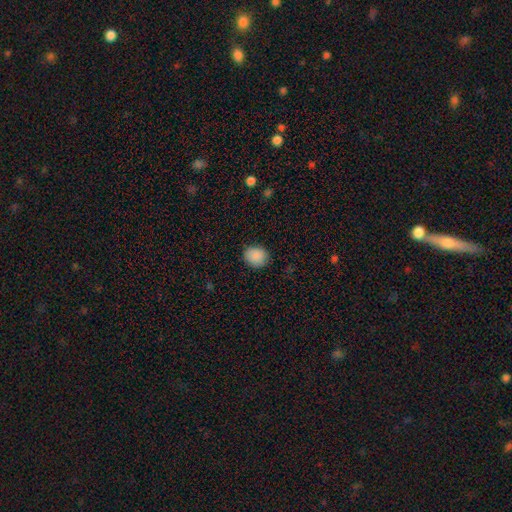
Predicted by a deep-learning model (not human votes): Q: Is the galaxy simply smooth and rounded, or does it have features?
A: smooth — 89%.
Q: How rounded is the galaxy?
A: round — 71%.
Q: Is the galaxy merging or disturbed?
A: none — 87%.